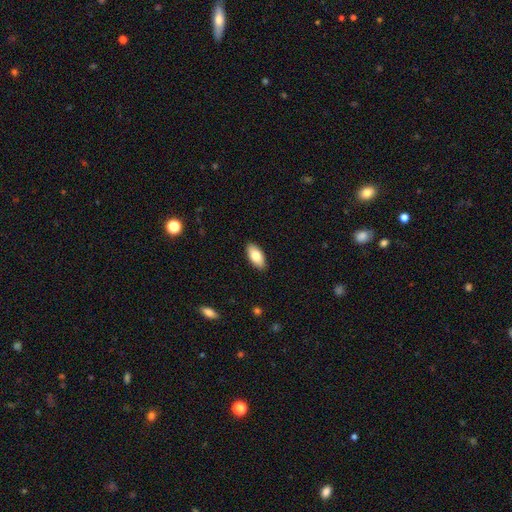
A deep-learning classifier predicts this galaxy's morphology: Smooth or featured? Predicted: smooth (p=0.79). How rounded? Predicted: in between (p=0.91). Merging? Predicted: none (p=0.89).